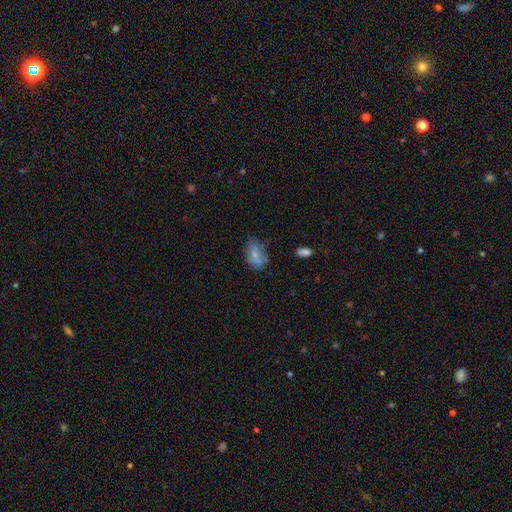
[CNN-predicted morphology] Smooth or featured: smooth — 71% (featured or disk — 20%)
How rounded: in between — 87% (round — 10%)
Merging: none — 54% (minor disturbance — 29%)